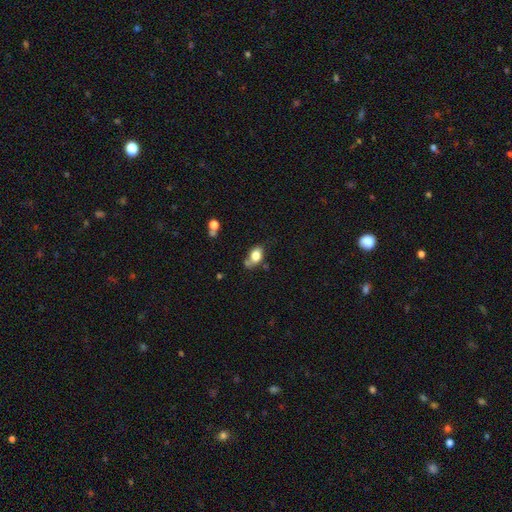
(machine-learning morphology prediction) Q: Smooth or featured?
A: smooth (78%); runner-up: featured or disk (13%)
Q: How rounded?
A: in between (78%); runner-up: round (20%)
Q: Merging?
A: none (52%); runner-up: minor disturbance (27%)